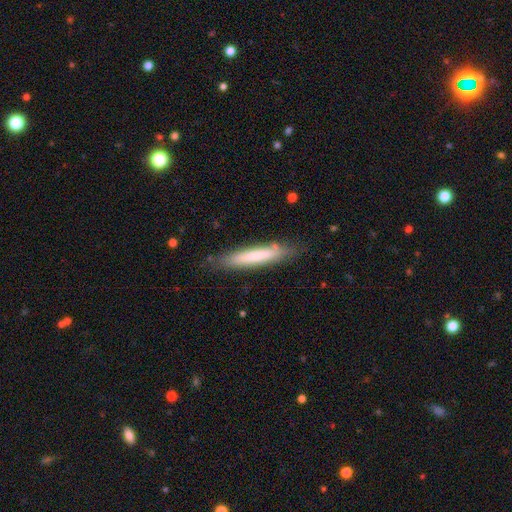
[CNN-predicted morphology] smooth 70%, featured or disk 24%, star or artifact 6%. Down the decision tree: how rounded — cigar-shaped (91%); merging — none (79%).